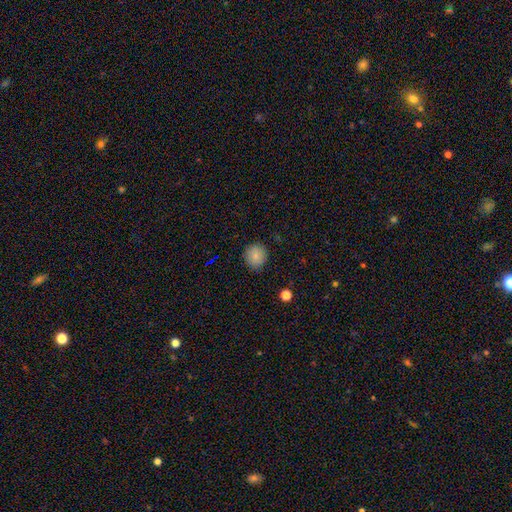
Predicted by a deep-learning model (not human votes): smooth_or_featured: smooth (p=0.85) [alt: star or artifact p=0.09]
how_rounded: round (p=0.87) [alt: in between p=0.12]
merging: none (p=0.88) [alt: minor disturbance p=0.08]